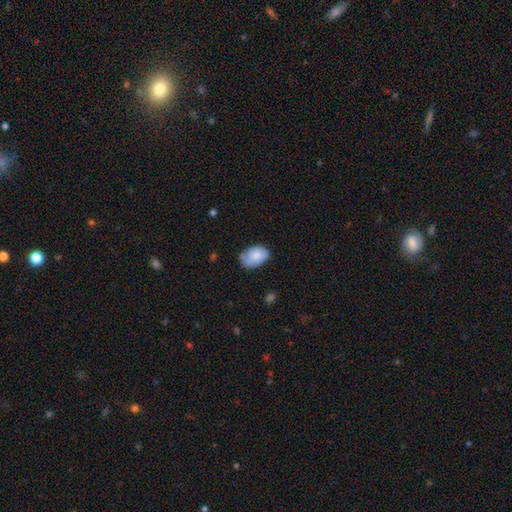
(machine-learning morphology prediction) Smooth or featured: smooth — 75% (featured or disk — 18%)
How rounded: in between — 87% (round — 12%)
Merging: none — 59% (minor disturbance — 32%)